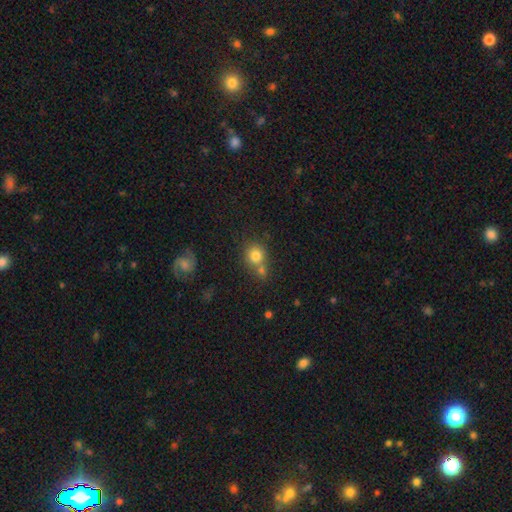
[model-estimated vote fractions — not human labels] A smooth galaxy with no disk features (79%) that is round (83%). Merging: none (51%).